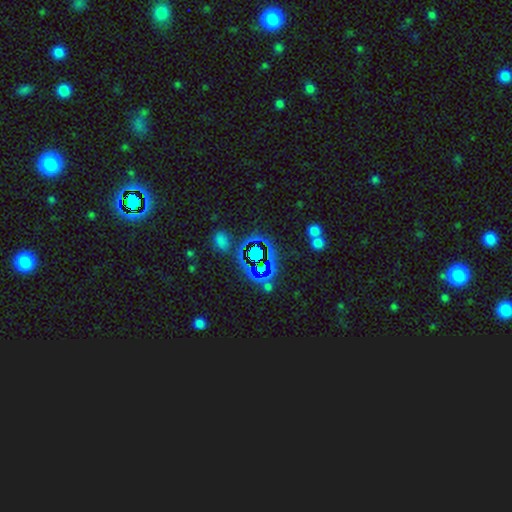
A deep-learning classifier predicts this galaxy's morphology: A star or artifact, not a galaxy (68%).